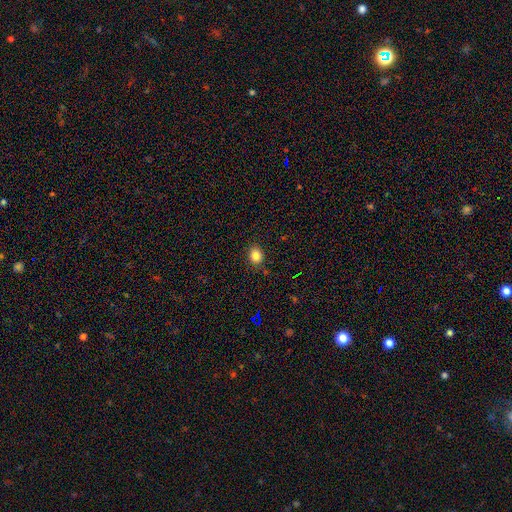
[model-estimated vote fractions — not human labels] Smooth or featured?
  - smooth: 84% *
  - star or artifact: 11%
  - featured or disk: 5%
How rounded?
  - round: 57% *
  - in between: 42%
  - cigar-shaped: 1%
Merging?
  - none: 87% *
  - minor disturbance: 9%
  - major disturbance: 2%
  - merger: 2%